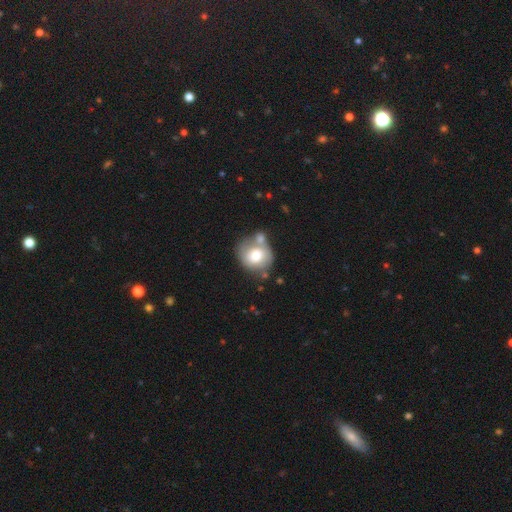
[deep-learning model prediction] Smooth or featured?
  - smooth: 68% *
  - featured or disk: 24%
  - star or artifact: 7%
How rounded?
  - round: 76% *
  - in between: 23%
  - cigar-shaped: 1%
Merging?
  - none: 44% *
  - merger: 31%
  - minor disturbance: 18%
  - major disturbance: 7%